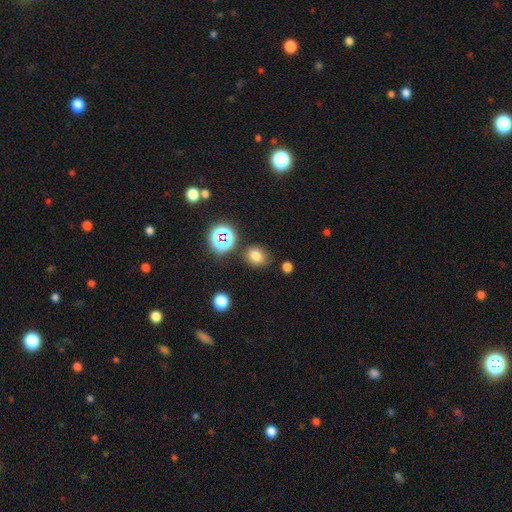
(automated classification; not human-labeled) Morphology: type=smooth (74%); roundness=round (59%); merging=none (77%).